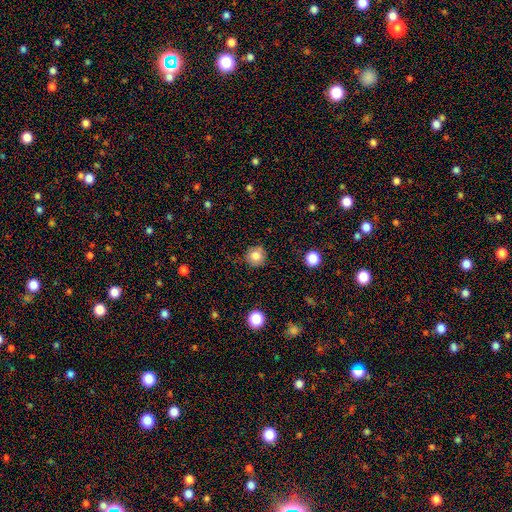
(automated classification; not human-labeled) This is clearly a smooth galaxy (81%). How rounded: clearly round (92%). Merging: clearly none (84%).